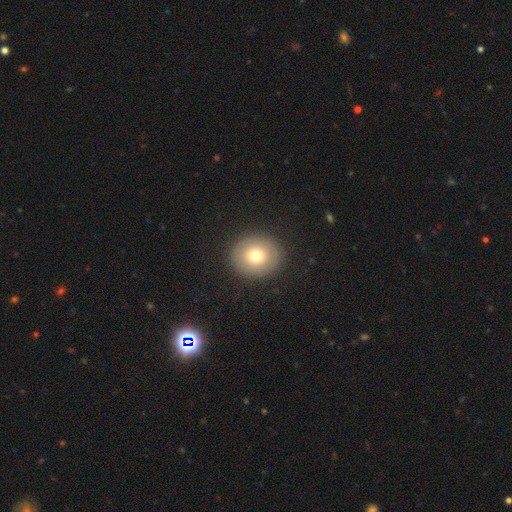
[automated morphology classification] A smooth galaxy with no disk features (71%) that is round (84%).

Vote fractions:
- Smooth or featured? smooth: 71% / featured or disk: 19% / star or artifact: 10%
- How rounded? round: 84% / in between: 15% / cigar-shaped: 1%
- Merging? none: 89% / minor disturbance: 7% / major disturbance: 3% / merger: 1%